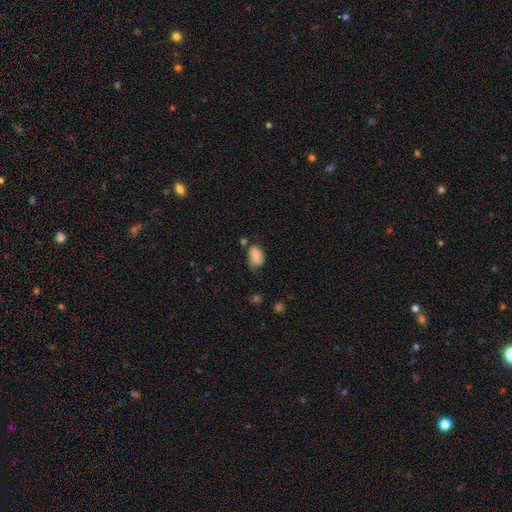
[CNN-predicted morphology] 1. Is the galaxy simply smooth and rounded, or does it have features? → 81% smooth, 11% featured or disk, 8% star or artifact.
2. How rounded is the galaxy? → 82% in between, 17% round, 1% cigar-shaped.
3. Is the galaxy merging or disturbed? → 46% none, 36% minor disturbance, 11% major disturbance, 7% merger.